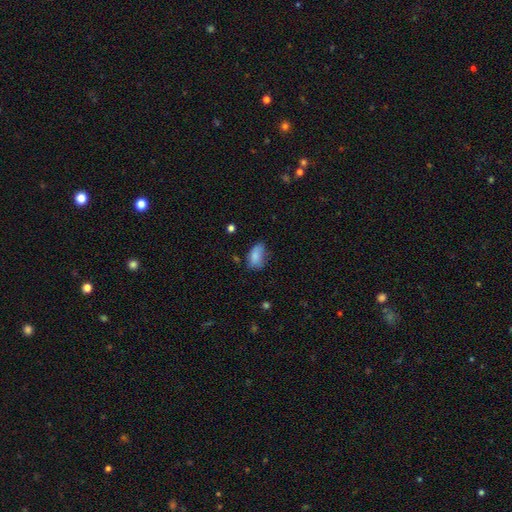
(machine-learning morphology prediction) smooth_or_featured: smooth (p=0.82) [alt: featured or disk p=0.09]
how_rounded: in between (p=0.90) [alt: round p=0.07]
merging: none (p=0.50) [alt: minor disturbance p=0.36]